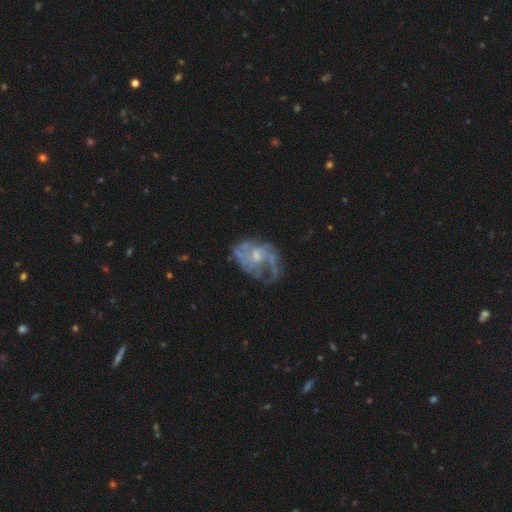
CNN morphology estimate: Q: Smooth or featured?
A: featured or disk (78%); runner-up: smooth (13%)
Q: Edge-on disk?
A: no (97%); runner-up: yes (3%)
Q: Bar?
A: no (61%); runner-up: weak (34%)
Q: Spiral arms?
A: yes (75%); runner-up: no (25%)
Q: Spiral winding?
A: medium (40%); runner-up: loose (37%)
Q: Spiral arm count?
A: can't tell (39%); runner-up: 2 (24%)
Q: Bulge size?
A: small (53%); runner-up: moderate (30%)
Q: Merging?
A: none (47%); runner-up: major disturbance (28%)